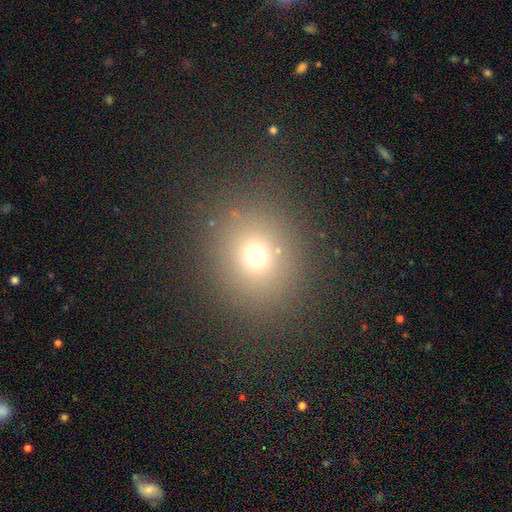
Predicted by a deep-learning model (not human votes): Smooth or featured?
  - smooth: 68% *
  - star or artifact: 23%
  - featured or disk: 9%
How rounded?
  - round: 82% *
  - in between: 17%
  - cigar-shaped: 1%
Merging?
  - none: 85% *
  - minor disturbance: 8%
  - major disturbance: 5%
  - merger: 2%